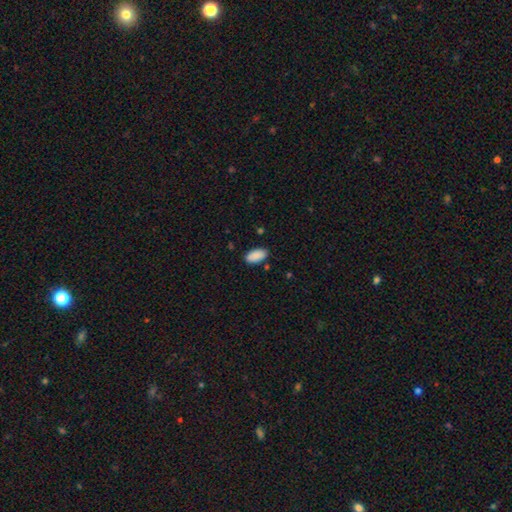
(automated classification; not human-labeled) Smooth or featured? Predicted: smooth (p=0.90). How rounded? Predicted: in between (p=0.95). Merging? Predicted: none (p=0.85).